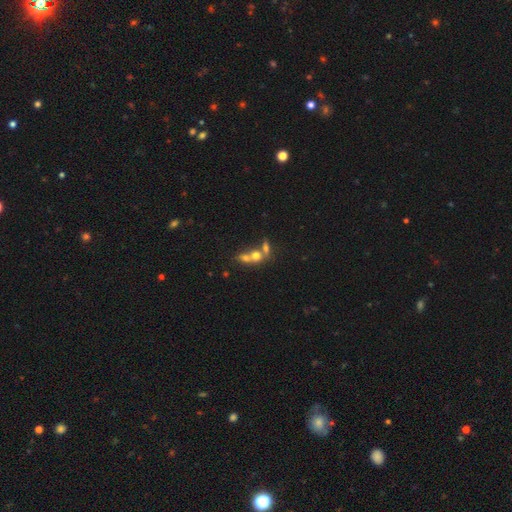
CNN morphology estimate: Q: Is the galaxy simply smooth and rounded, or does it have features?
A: smooth — 60%.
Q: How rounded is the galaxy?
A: round — 48%.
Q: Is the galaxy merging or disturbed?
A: merger — 65%.